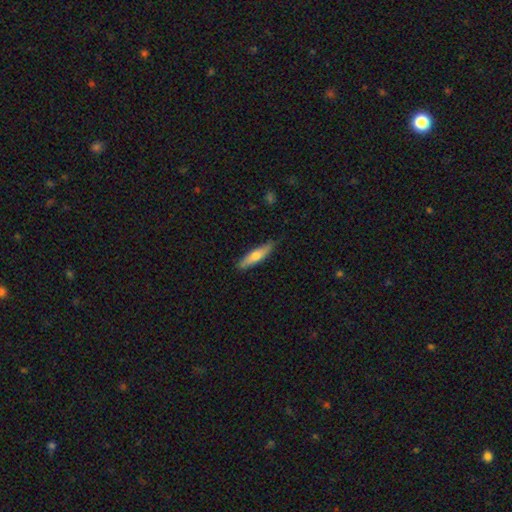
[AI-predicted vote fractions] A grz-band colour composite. It shows a smooth galaxy with no disk features (63%) that is cigar-shaped (75%). Merging: none (83%).